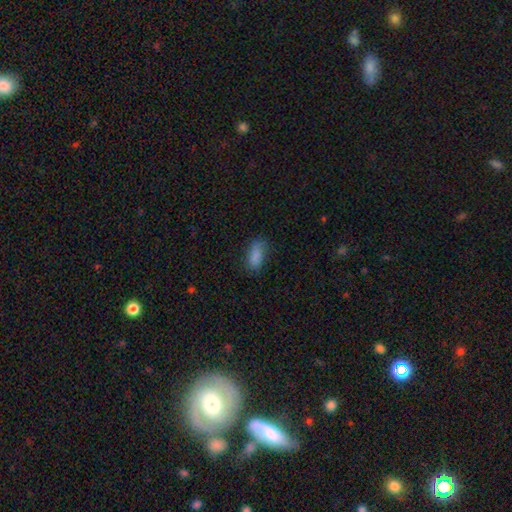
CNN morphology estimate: Smooth or featured? Predicted: smooth (p=0.86). How rounded? Predicted: in between (p=0.86). Merging? Predicted: none (p=0.69).